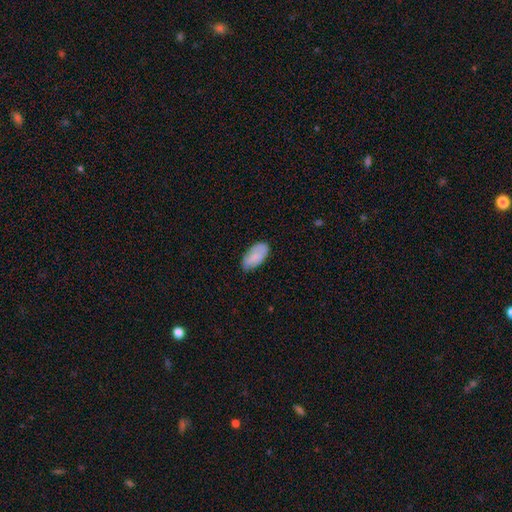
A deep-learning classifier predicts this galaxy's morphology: smooth_or_featured: smooth (p=0.80) [alt: featured or disk p=0.13]
how_rounded: in between (p=0.95) [alt: cigar-shaped p=0.03]
merging: none (p=0.73) [alt: minor disturbance p=0.22]